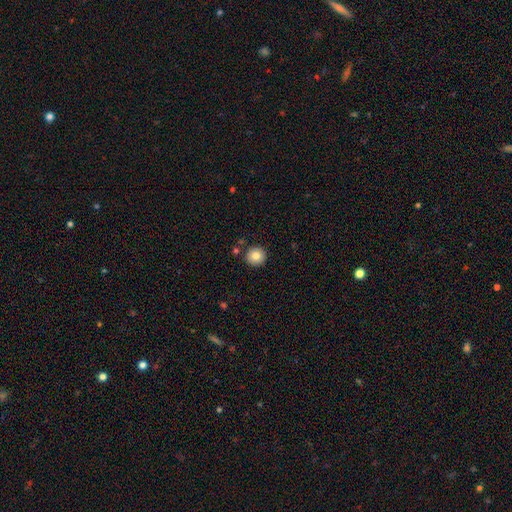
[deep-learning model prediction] The model was most divided on "smooth or featured": smooth: 82%, star or artifact: 9%, featured or disk: 9%. More confident: how rounded — round (94%); merging — none (89%).